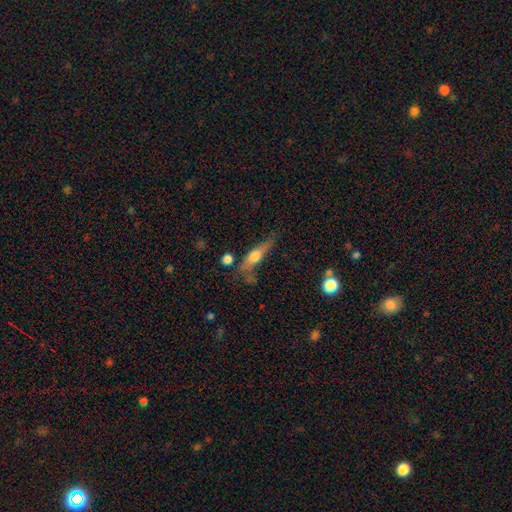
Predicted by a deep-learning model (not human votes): smooth-or-featured: featured or disk: 49% | smooth: 43% | star or artifact: 8%
  merging: none: 55% | minor disturbance: 24% | major disturbance: 12% | merger: 8%